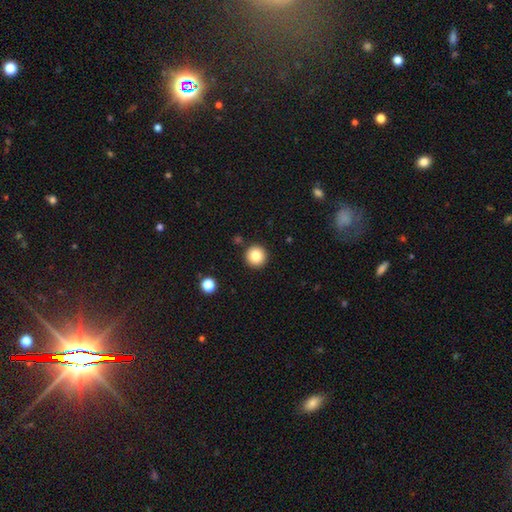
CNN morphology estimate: Smooth or featured: smooth — 83% (star or artifact — 10%)
How rounded: round — 96% (in between — 3%)
Merging: none — 91% (minor disturbance — 5%)